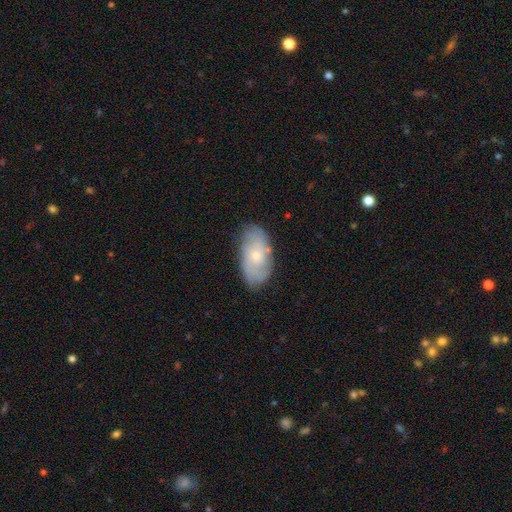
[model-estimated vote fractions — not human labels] Morphology: type=featured or disk (52%); edge-on=no (92%); merging=none (76%).